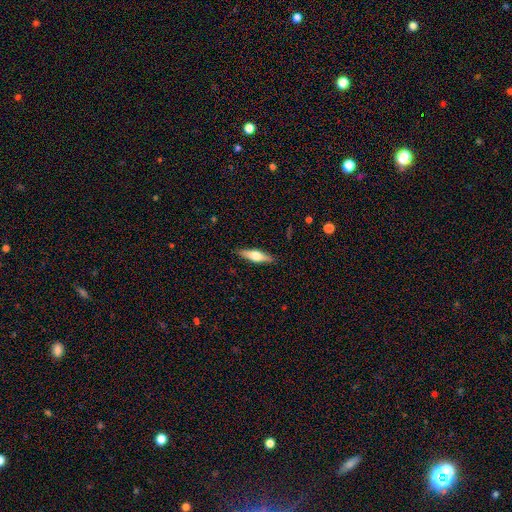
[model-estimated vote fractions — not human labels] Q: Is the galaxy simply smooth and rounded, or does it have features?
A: featured or disk — 49%.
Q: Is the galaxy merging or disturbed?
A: none — 89%.